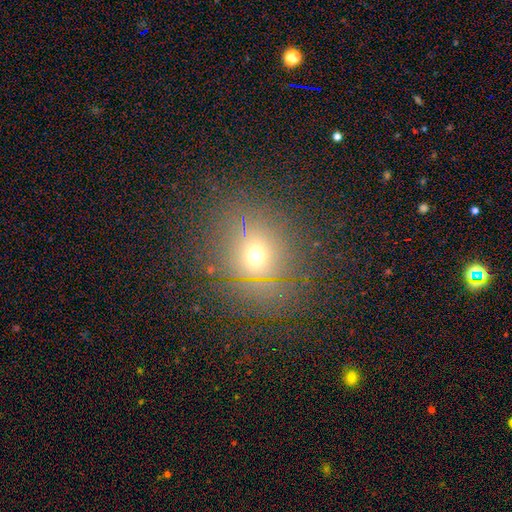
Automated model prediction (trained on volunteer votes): This appears to be a smooth galaxy with no disk features (58%) that is round (77%). Merging: none (81%).